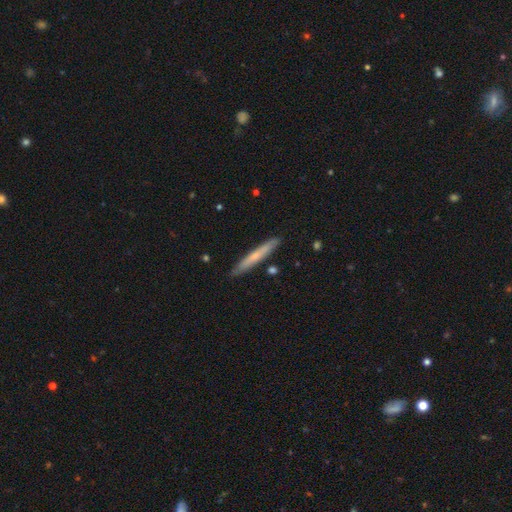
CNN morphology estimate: Overall: smooth (55%; featured or disk 39%). How rounded: cigar-shaped (95%). Merging: none (88%).